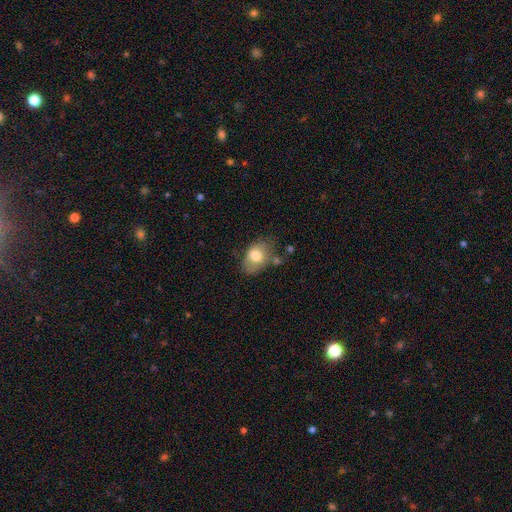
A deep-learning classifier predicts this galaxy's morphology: smooth_or_featured: smooth (p=0.75) [alt: featured or disk p=0.17]
how_rounded: in between (p=0.82) [alt: round p=0.17]
merging: none (p=0.57) [alt: minor disturbance p=0.27]